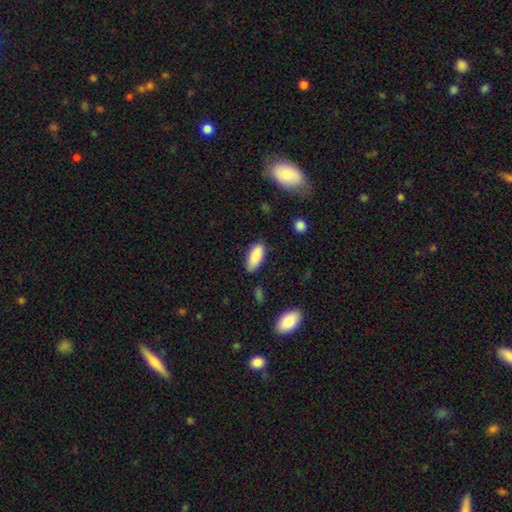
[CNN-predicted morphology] smooth_or_featured: smooth (p=0.87) [alt: star or artifact p=0.07]
how_rounded: in between (p=0.86) [alt: cigar-shaped p=0.12]
merging: none (p=0.76) [alt: minor disturbance p=0.19]